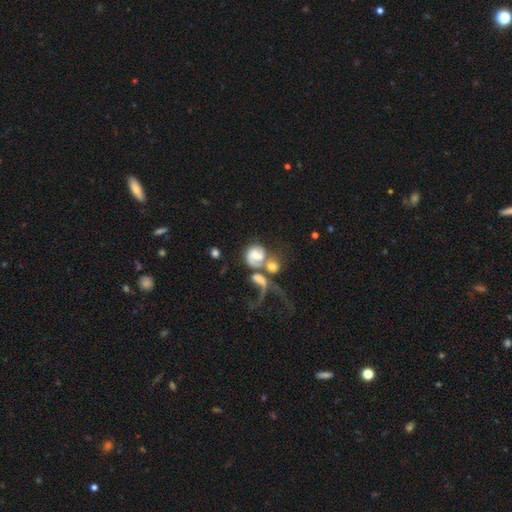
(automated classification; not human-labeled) The model was most divided on "spiral winding": loose: 41%, medium: 33%, tight: 25%. Remaining: edge-on disk — no (97%); spiral arms — yes (85%); smooth or featured — featured or disk (67%); bar — no (57%); merging — merger (56%); spiral arm count — 2 (51%); bulge size — moderate (45%).